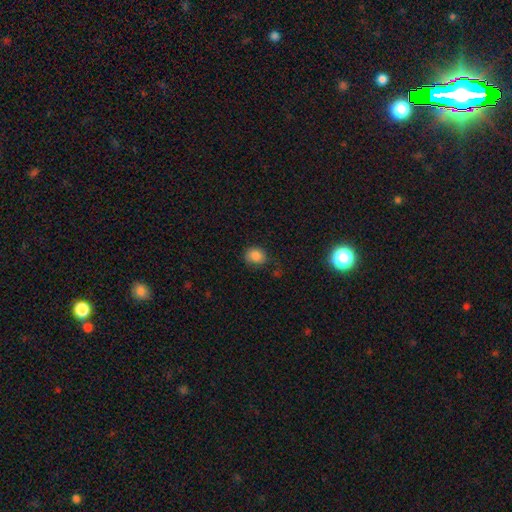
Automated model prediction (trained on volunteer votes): Q: Smooth or featured?
A: smooth (84%); runner-up: star or artifact (10%)
Q: How rounded?
A: round (55%); runner-up: in between (44%)
Q: Merging?
A: none (66%); runner-up: minor disturbance (25%)